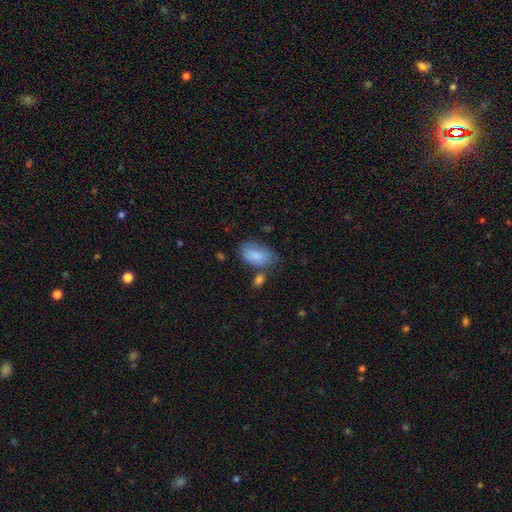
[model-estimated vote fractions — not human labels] The model was most divided on "merging": none: 54%, minor disturbance: 25%, merger: 12%, major disturbance: 9%. More confident: how rounded — in between (93%); smooth or featured — smooth (81%).